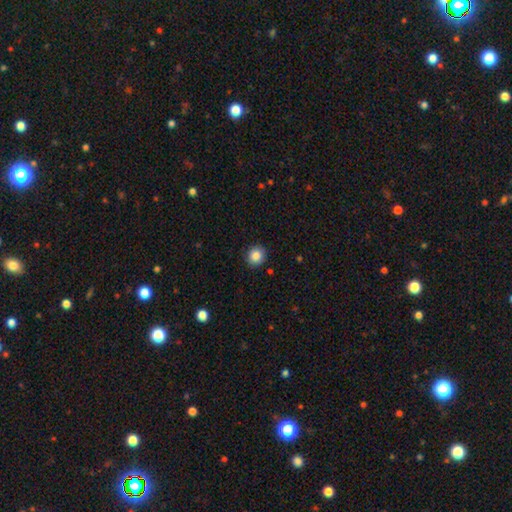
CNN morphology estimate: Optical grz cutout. It shows a smooth galaxy with no disk features (86%) that is round (90%). Merging: none (90%).